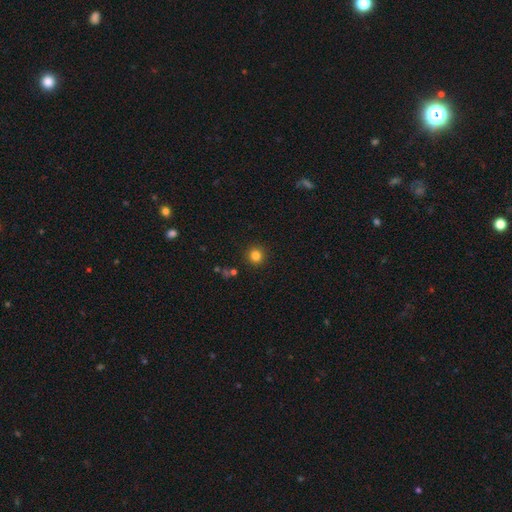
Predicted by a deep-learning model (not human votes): A smooth galaxy with no disk features (82%) that is round (94%). Merging: none (91%).